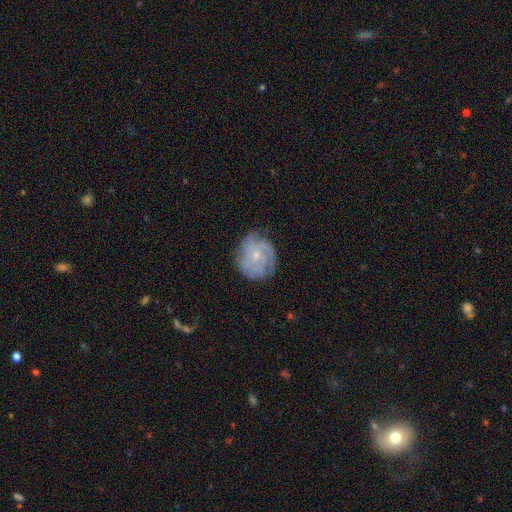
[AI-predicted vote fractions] Q: Smooth or featured?
A: featured or disk (65%); runner-up: smooth (27%)
Q: Edge-on disk?
A: no (97%); runner-up: yes (3%)
Q: Bar?
A: no (75%); runner-up: weak (21%)
Q: Spiral arms?
A: yes (86%); runner-up: no (14%)
Q: Spiral winding?
A: tight (65%); runner-up: medium (27%)
Q: Spiral arm count?
A: can't tell (46%); runner-up: 4 (16%)
Q: Bulge size?
A: small (70%); runner-up: moderate (24%)
Q: Merging?
A: none (75%); runner-up: minor disturbance (18%)